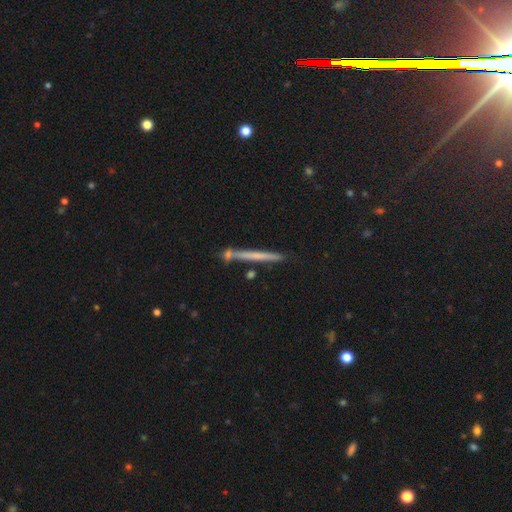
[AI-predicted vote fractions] A smooth galaxy with no disk features (49%). Merging: none (78%).